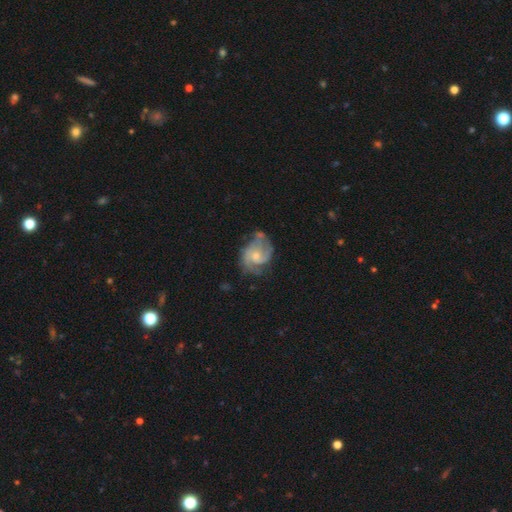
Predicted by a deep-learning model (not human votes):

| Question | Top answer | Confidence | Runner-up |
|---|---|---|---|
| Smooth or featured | featured or disk | 78% | smooth (16%) |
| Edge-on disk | no | 98% | yes (2%) |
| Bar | no | 70% | weak (27%) |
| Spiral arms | yes | 91% | no (9%) |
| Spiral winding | medium | 47% | tight (33%) |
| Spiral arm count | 2 | 54% | can't tell (18%) |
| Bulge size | small | 57% | moderate (37%) |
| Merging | none | 50% | minor disturbance (27%) |